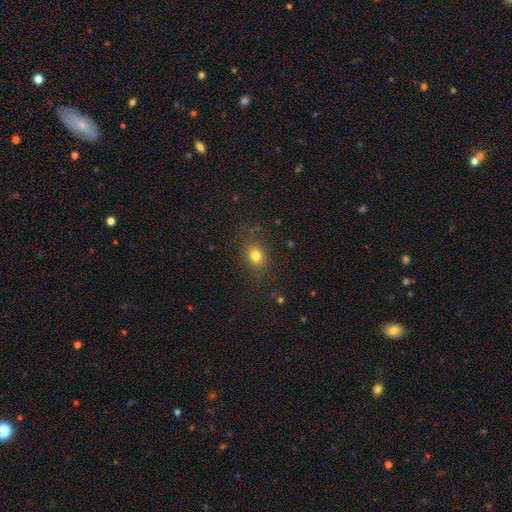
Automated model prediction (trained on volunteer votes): Smooth or featured? Predicted: smooth (p=0.78). How rounded? Predicted: round (p=0.53). Merging? Predicted: none (p=0.82).